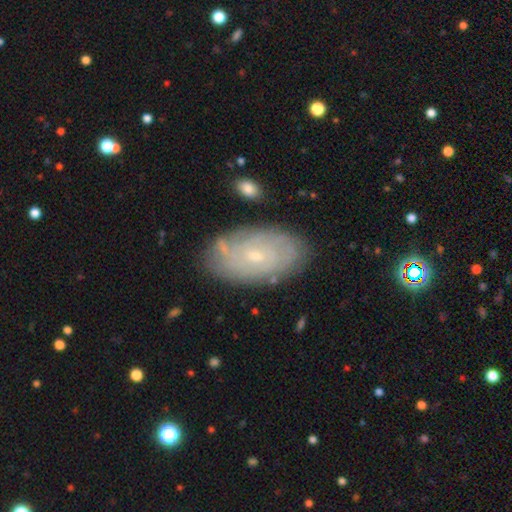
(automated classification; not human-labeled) Smooth or featured? featured or disk (70%)
Edge-on disk? no (94%)
Bar? no (69%)
Spiral arms? yes (87%)
Spiral winding? tight (74%)
Spiral arm count? can't tell (59%)
Bulge size? small (74%)
Merging? none (80%)